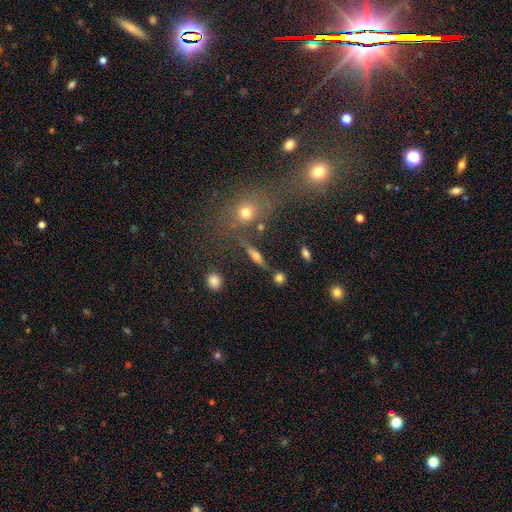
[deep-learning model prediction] smooth-or-featured: featured or disk: 47% | smooth: 37% | star or artifact: 15%
  merging: none: 73% | minor disturbance: 12% | merger: 9% | major disturbance: 6%